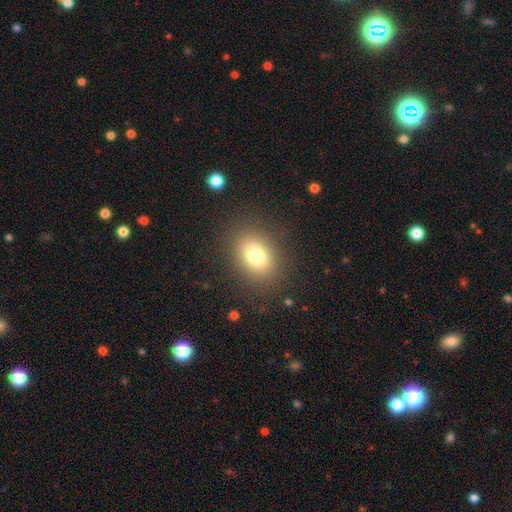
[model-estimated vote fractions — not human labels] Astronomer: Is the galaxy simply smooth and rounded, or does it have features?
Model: smooth — 76%.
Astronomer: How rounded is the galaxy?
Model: in between — 57% (runner-up: round, 42%).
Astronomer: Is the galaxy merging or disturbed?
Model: none — 85%.